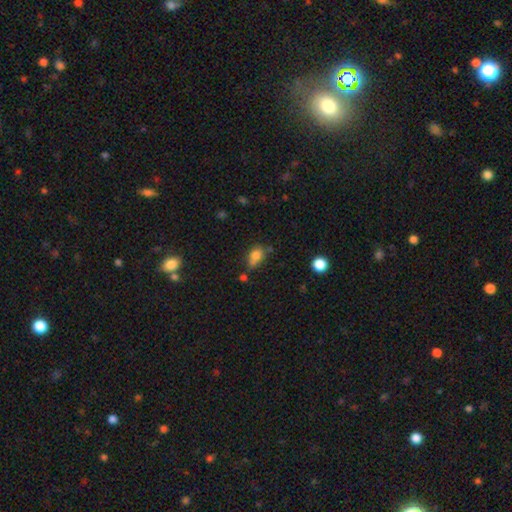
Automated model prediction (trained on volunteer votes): smooth_or_featured: smooth (p=0.76) [alt: star or artifact p=0.12]
how_rounded: in between (p=0.72) [alt: round p=0.24]
merging: none (p=0.46) [alt: minor disturbance p=0.26]